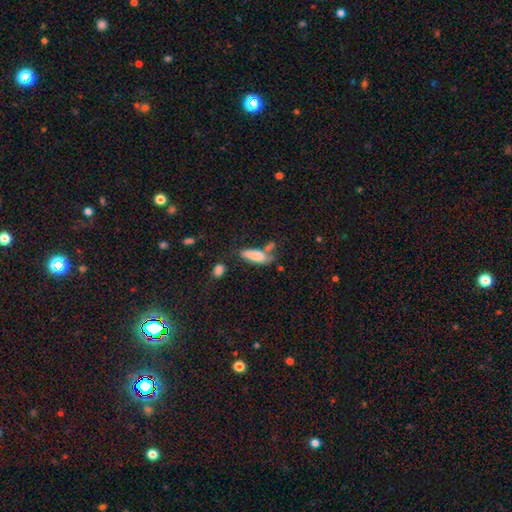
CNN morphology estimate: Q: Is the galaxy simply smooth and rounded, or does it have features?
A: smooth — 80%.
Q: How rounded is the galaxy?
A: in between — 60%.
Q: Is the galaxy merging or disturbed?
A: none — 45%.